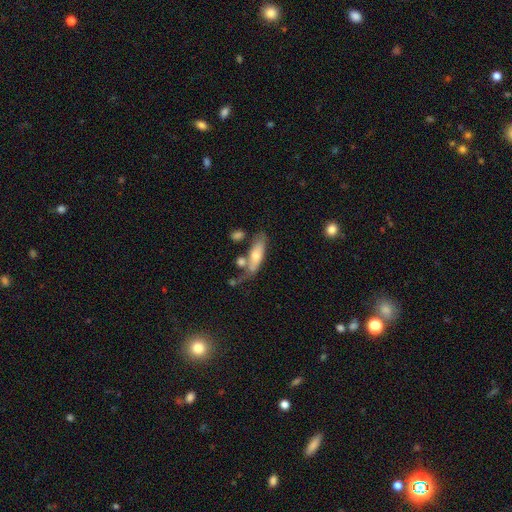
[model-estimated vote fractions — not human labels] The model was most divided on "how rounded": in between: 53%, cigar-shaped: 44%, round: 2%. Remaining: smooth or featured — smooth (62%); merging — none (45%).